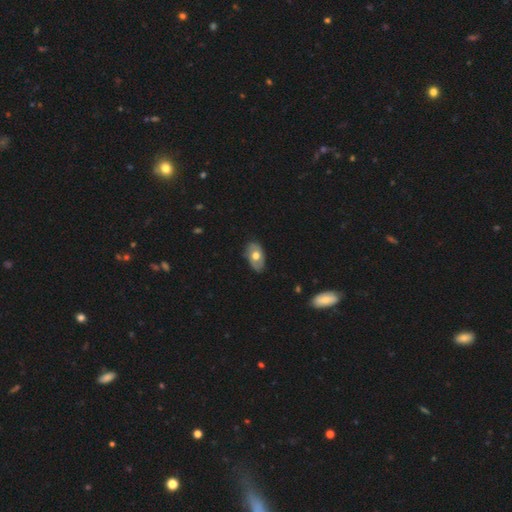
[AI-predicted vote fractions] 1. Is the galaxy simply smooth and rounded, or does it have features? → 54% smooth, 40% featured or disk, 7% star or artifact.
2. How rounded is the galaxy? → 89% in between, 10% round, 2% cigar-shaped.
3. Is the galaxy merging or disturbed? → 76% none, 19% minor disturbance, 3% major disturbance, 1% merger.